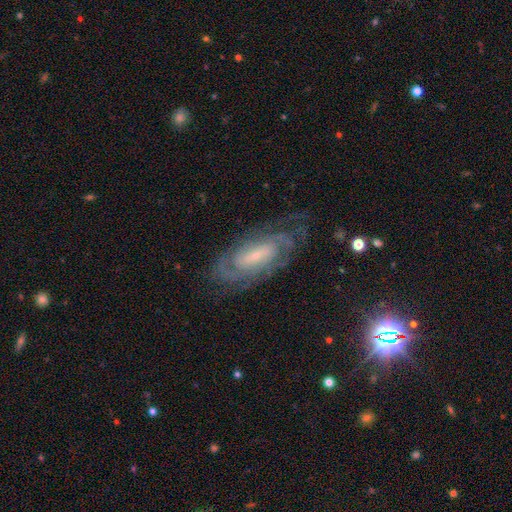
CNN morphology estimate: A featured or disk galaxy (84%) with no bar (45%), tight (68%) spiral arms (95%) and a small central bulge (77%). Merging: none (73%).